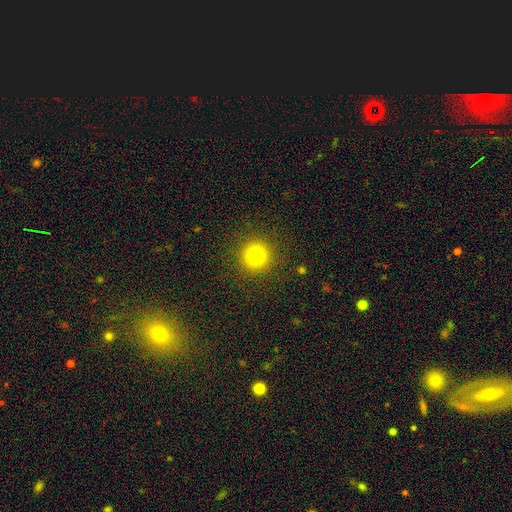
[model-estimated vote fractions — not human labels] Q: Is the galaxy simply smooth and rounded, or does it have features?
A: smooth — 78%.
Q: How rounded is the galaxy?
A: round — 95%.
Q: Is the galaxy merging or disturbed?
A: none — 90%.